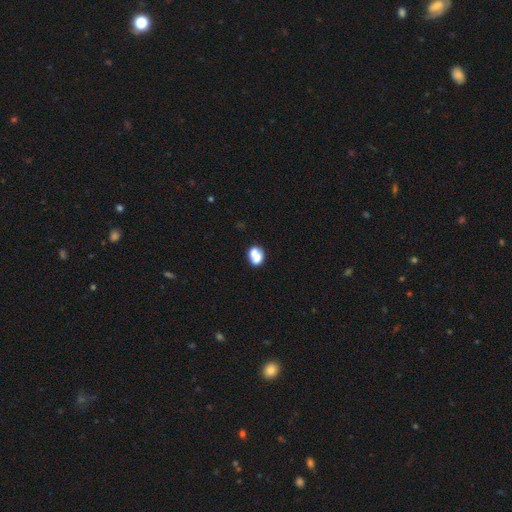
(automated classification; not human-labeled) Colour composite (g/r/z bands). It shows a smooth galaxy with no disk features (67%) that is round (51%). Merging: merger (40%).